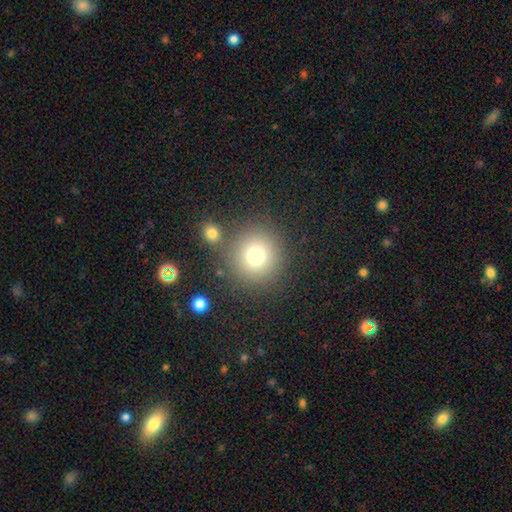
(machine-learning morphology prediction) A smooth galaxy with no disk features (75%) that is round (93%). Merging: none (77%).